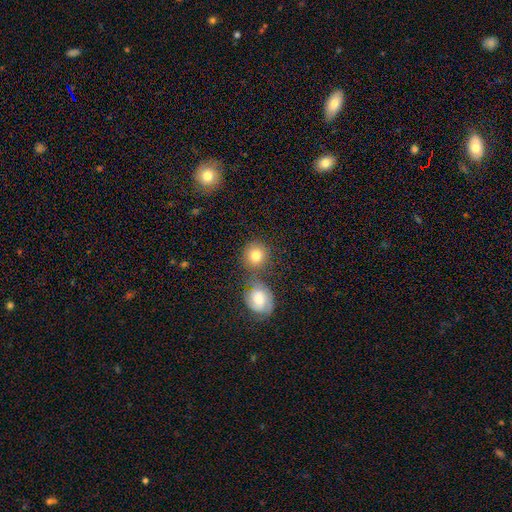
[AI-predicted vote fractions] smooth_or_featured: smooth (p=0.81) [alt: featured or disk p=0.11]
how_rounded: round (p=0.86) [alt: in between p=0.13]
merging: none (p=0.63) [alt: merger p=0.24]